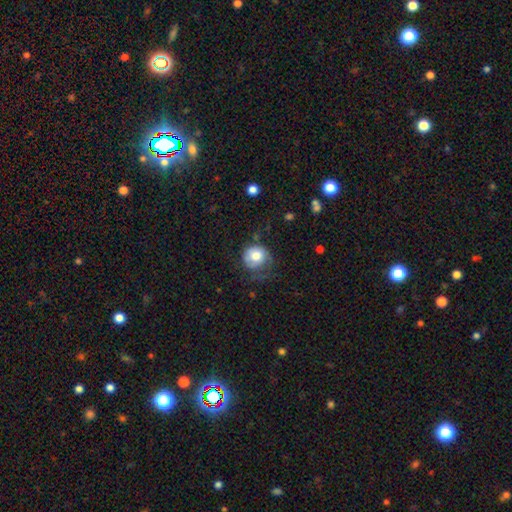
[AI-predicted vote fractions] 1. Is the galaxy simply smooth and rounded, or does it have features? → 69% smooth, 24% featured or disk, 8% star or artifact.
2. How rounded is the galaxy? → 84% round, 15% in between, 1% cigar-shaped.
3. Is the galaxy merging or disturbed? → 43% none, 28% minor disturbance, 27% major disturbance, 2% merger.